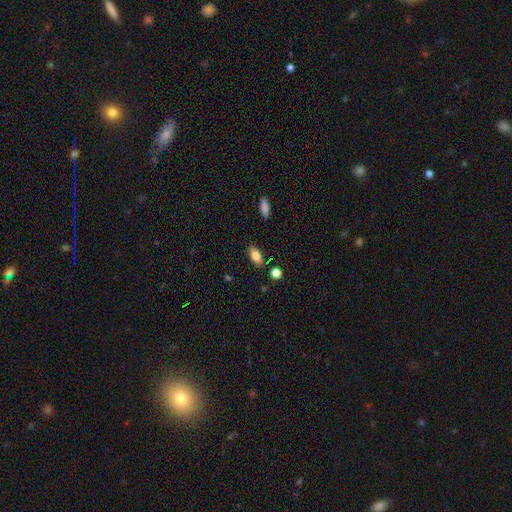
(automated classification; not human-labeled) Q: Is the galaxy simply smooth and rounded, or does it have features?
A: smooth — 80%.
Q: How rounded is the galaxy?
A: in between — 87%.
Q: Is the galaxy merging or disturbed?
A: none — 84%.